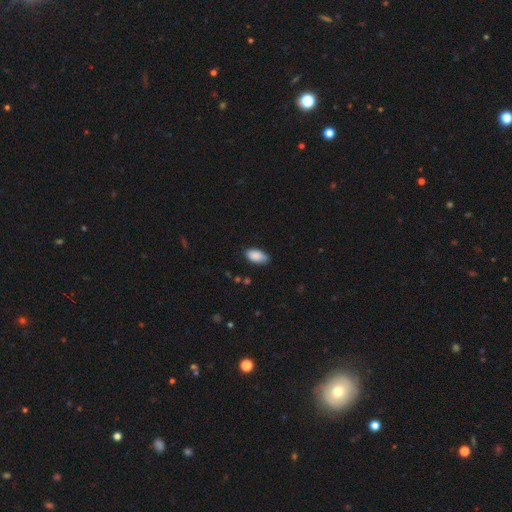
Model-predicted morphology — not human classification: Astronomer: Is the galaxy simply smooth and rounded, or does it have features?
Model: smooth — 89%.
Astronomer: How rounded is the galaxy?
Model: in between — 94%.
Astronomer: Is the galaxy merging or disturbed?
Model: none — 76%.